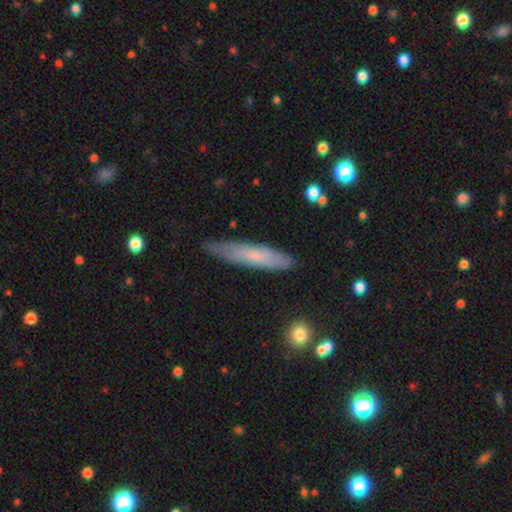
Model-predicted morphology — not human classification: A smooth galaxy with no disk features (58%) that is cigar-shaped (85%). Merging: none (79%).